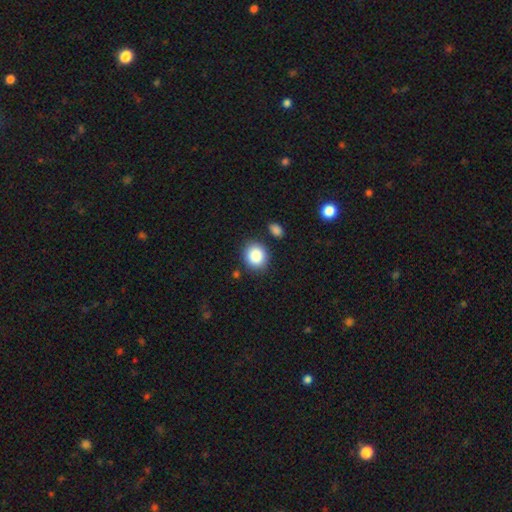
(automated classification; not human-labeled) Smooth or featured?
  - smooth: 88% *
  - star or artifact: 8%
  - featured or disk: 4%
How rounded?
  - round: 75% *
  - in between: 24%
  - cigar-shaped: 1%
Merging?
  - none: 83% *
  - minor disturbance: 10%
  - merger: 5%
  - major disturbance: 3%